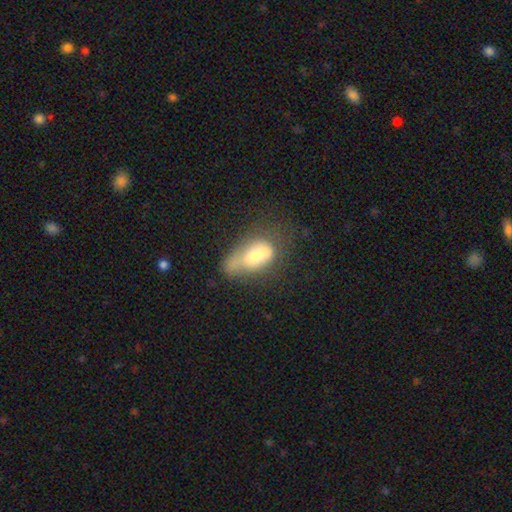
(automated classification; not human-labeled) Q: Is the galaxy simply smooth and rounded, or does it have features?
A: smooth — 58%.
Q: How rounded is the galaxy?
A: in between — 85%.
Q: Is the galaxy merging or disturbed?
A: none — 39%.